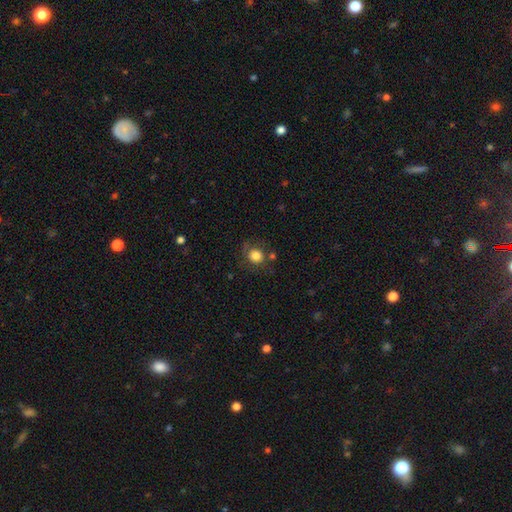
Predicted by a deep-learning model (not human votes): Q: Smooth or featured?
A: smooth (80%); runner-up: featured or disk (10%)
Q: How rounded?
A: round (86%); runner-up: in between (13%)
Q: Merging?
A: none (68%); runner-up: minor disturbance (17%)